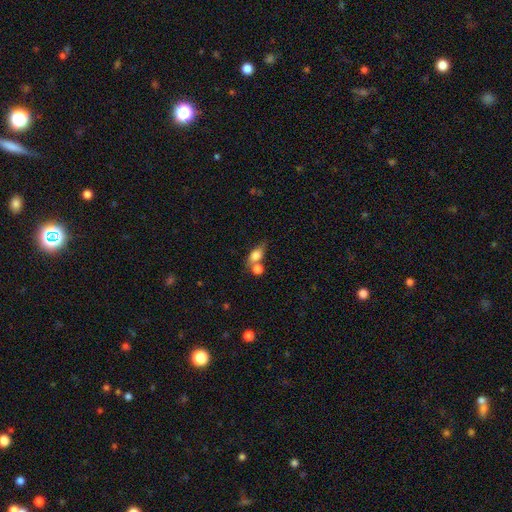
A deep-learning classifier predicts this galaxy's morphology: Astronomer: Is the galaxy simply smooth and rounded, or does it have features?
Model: smooth — 78%.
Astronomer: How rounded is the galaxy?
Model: in between — 72%.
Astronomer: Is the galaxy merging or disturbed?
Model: merger — 42% (runner-up: none, 36%).